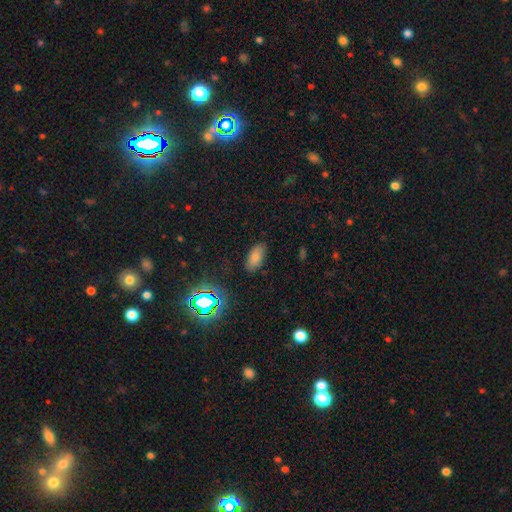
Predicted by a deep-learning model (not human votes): Smooth or featured? smooth (76%)
How rounded? in between (91%)
Merging? none (82%)